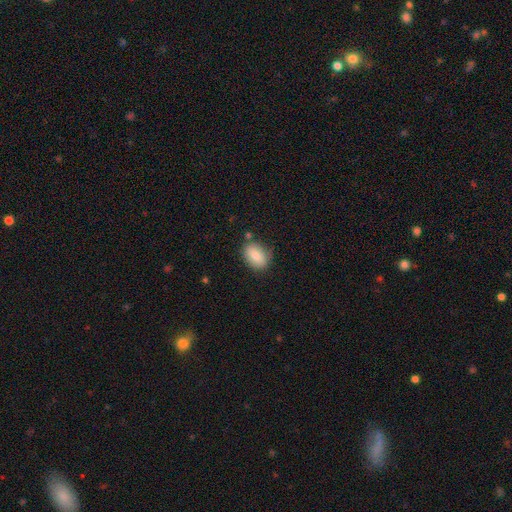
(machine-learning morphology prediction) type=smooth (81%); roundness=in between (77%); merging=none (76%).